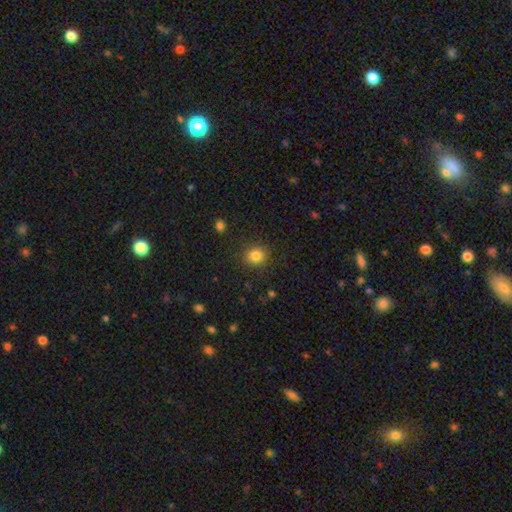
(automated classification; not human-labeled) Smooth or featured? smooth (84%)
How rounded? round (81%)
Merging? none (88%)